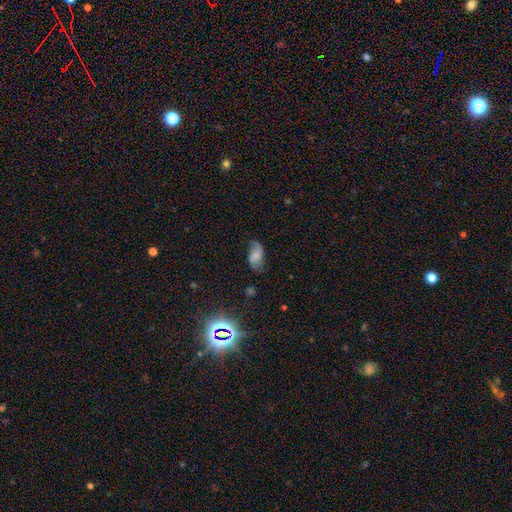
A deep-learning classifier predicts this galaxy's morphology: This is possibly a smooth galaxy (50%). Merging: likely none (62%).